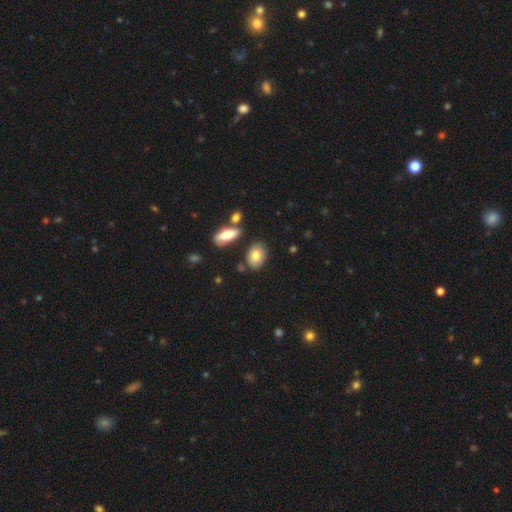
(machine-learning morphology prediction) This is likely a smooth galaxy (80%). How rounded: clearly in between (82%). Merging: likely none (76%).